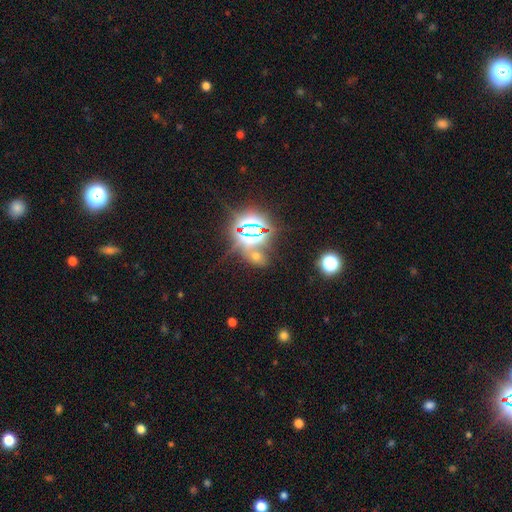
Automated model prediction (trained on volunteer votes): The model was most divided on "smooth or featured": star or artifact: 64%, smooth: 27%, featured or disk: 9%.